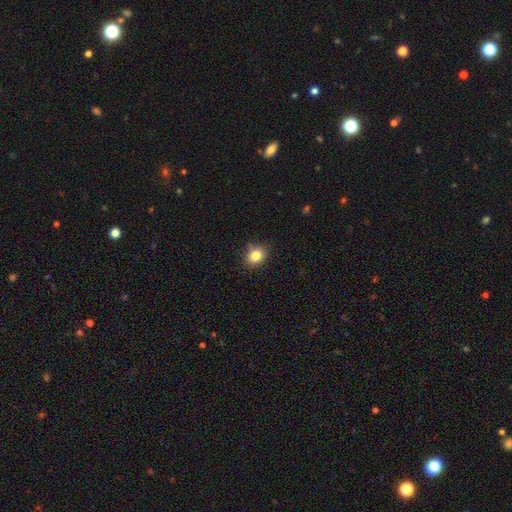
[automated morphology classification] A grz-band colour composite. It shows a smooth galaxy with no disk features (84%) that is round (65%). Merging: none (78%).